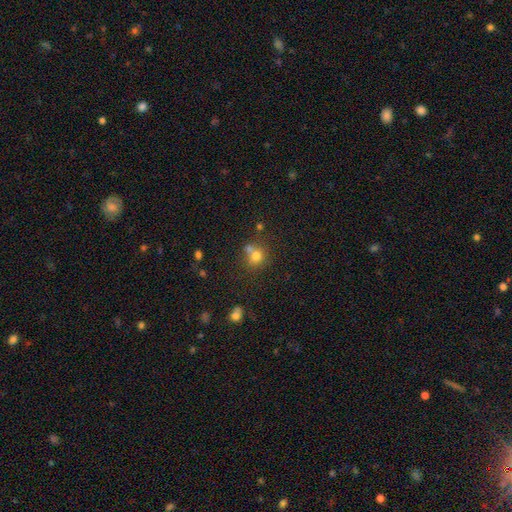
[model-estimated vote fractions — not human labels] Overall: smooth (73%). How rounded: round (78%). Merging: none (48%; merger 35%).